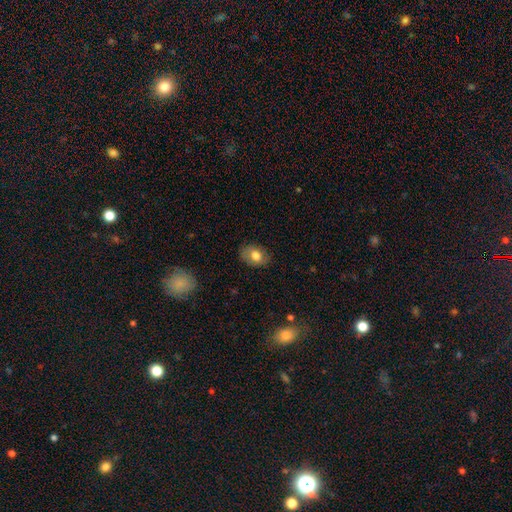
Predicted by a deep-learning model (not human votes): Smooth or featured? smooth (74%)
How rounded? in between (79%)
Merging? none (81%)